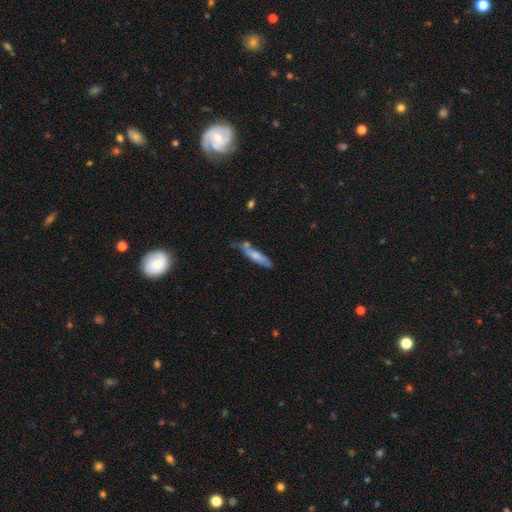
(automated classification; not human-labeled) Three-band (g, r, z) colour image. It shows a smooth galaxy with no disk features (62%) that is cigar-shaped (79%). Merging: none (51%).